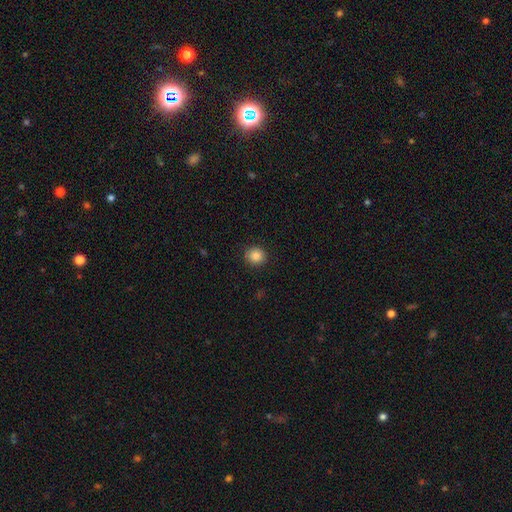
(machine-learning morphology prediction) Smooth or featured? Predicted: smooth (p=0.85). How rounded? Predicted: round (p=0.87). Merging? Predicted: none (p=0.89).